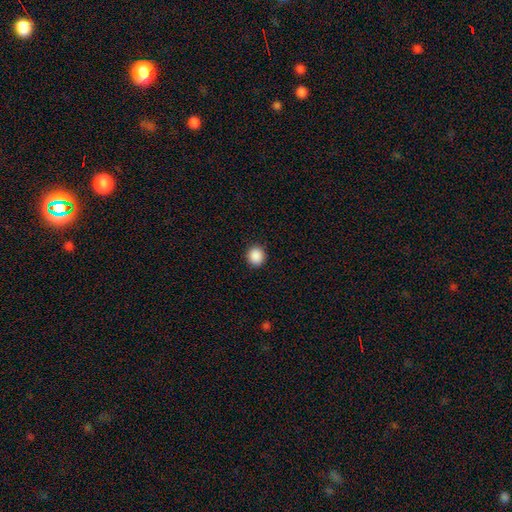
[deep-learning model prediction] This is clearly a smooth galaxy (89%). How rounded: clearly round (89%). Merging: clearly none (92%).